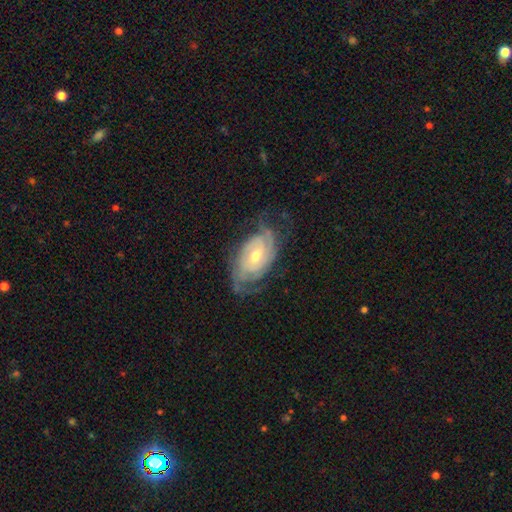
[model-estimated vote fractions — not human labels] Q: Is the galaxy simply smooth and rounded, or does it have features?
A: featured or disk — 86%.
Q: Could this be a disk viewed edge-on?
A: no — 96%.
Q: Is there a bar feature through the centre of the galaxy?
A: no — 63%.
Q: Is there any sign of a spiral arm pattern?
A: yes — 96%.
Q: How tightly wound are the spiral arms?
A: tight — 66%.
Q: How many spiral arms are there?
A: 2 — 30%.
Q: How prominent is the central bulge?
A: moderate — 61%.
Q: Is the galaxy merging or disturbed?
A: none — 67%.